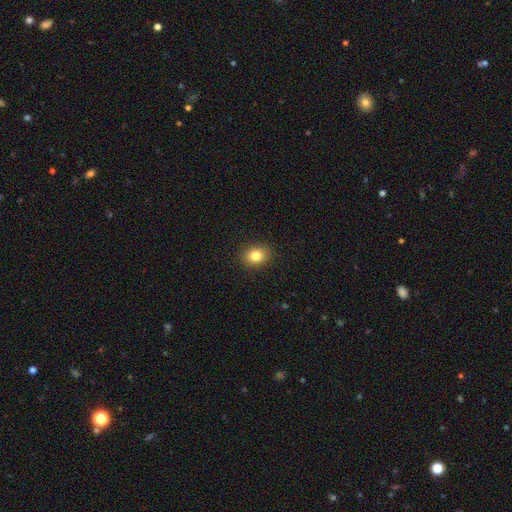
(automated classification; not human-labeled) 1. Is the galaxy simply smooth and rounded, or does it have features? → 83% smooth, 11% star or artifact, 7% featured or disk.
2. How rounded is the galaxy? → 54% round, 45% in between, 1% cigar-shaped.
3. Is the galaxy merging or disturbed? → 90% none, 7% minor disturbance, 2% major disturbance, 1% merger.